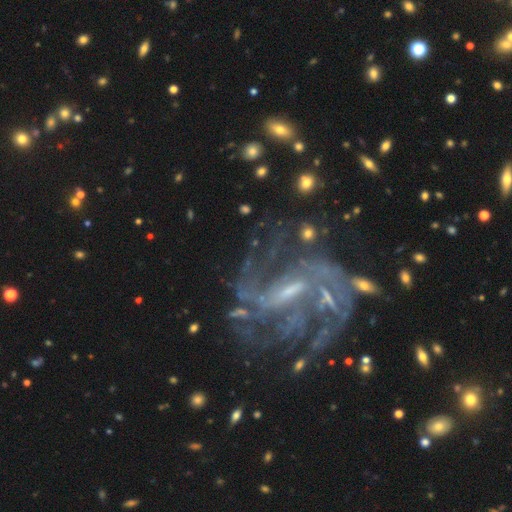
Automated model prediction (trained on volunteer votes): Q: Smooth or featured?
A: featured or disk (84%); runner-up: star or artifact (11%)
Q: Edge-on disk?
A: no (97%); runner-up: yes (3%)
Q: Bar?
A: weak (46%); runner-up: strong (38%)
Q: Spiral arms?
A: yes (93%); runner-up: no (7%)
Q: Spiral winding?
A: medium (45%); runner-up: tight (28%)
Q: Spiral arm count?
A: 2 (30%); runner-up: can't tell (25%)
Q: Bulge size?
A: small (56%); runner-up: moderate (21%)
Q: Merging?
A: none (65%); runner-up: major disturbance (16%)